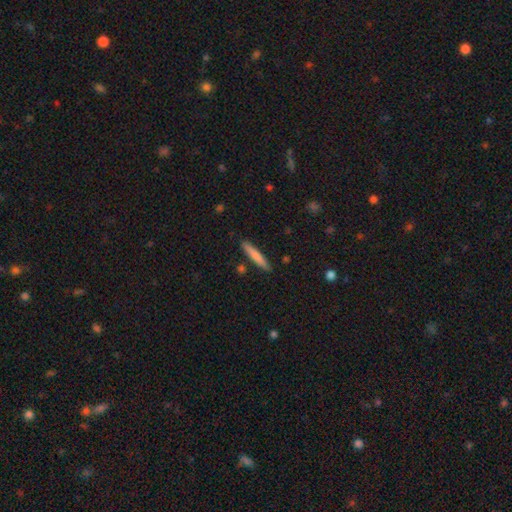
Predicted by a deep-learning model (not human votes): smooth-or-featured: smooth: 74% | featured or disk: 20% | star or artifact: 6%
  how-rounded: cigar-shaped: 93% | in between: 6% | round: 1%
  merging: none: 87% | minor disturbance: 9% | merger: 3% | major disturbance: 2%